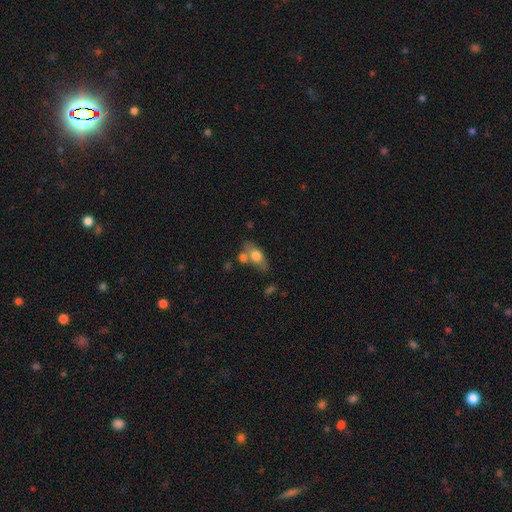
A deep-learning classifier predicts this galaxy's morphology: The model was most divided on "merging": none: 53%, merger: 24%, minor disturbance: 16%, major disturbance: 6%. More confident: how rounded — in between (80%); smooth or featured — smooth (66%).